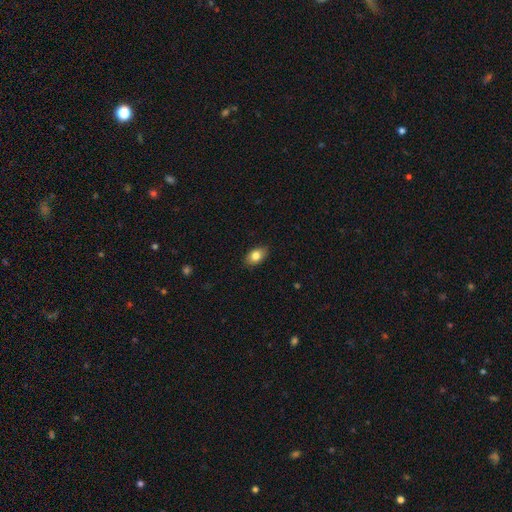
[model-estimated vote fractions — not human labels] Overall: smooth (82%). How rounded: in between (87%). Merging: none (87%).